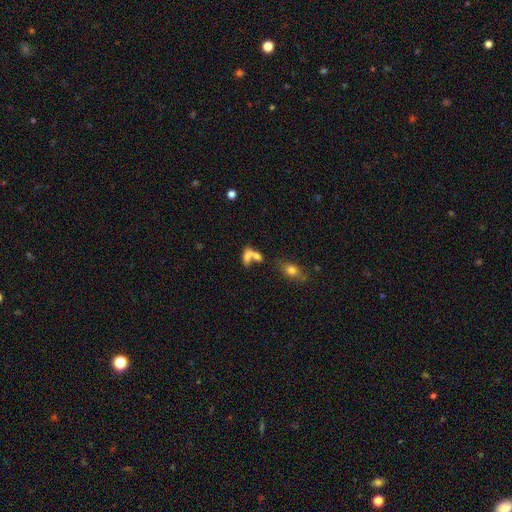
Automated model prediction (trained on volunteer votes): smooth 66%, featured or disk 20%, star or artifact 14%. Down the decision tree: how rounded — in between (72%); merging — merger (57%).